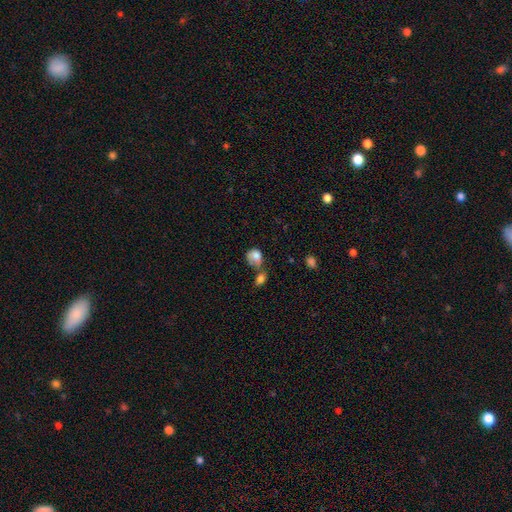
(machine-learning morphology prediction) smooth_or_featured: smooth (p=0.77) [alt: featured or disk p=0.15]
how_rounded: in between (p=0.56) [alt: round p=0.42]
merging: merger (p=0.41) [alt: none p=0.25]